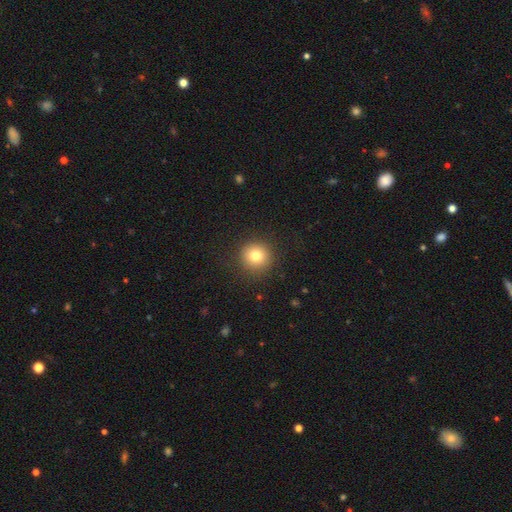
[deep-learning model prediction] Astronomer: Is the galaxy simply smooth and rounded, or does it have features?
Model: smooth — 79%.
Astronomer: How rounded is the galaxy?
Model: round — 94%.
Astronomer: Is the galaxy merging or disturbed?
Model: none — 90%.